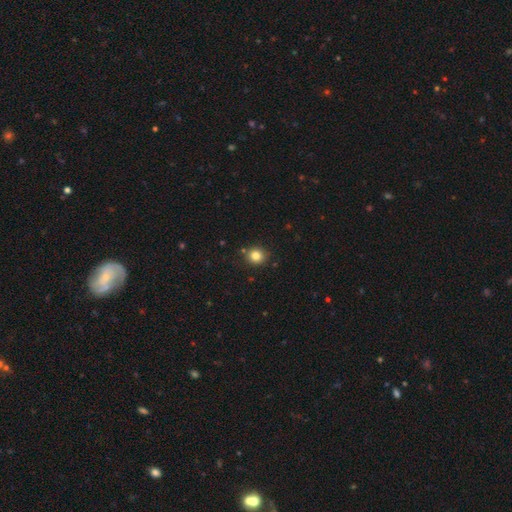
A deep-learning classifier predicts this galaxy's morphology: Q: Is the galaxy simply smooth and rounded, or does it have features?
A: smooth — 82%.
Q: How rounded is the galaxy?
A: round — 89%.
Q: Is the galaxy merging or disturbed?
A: none — 86%.